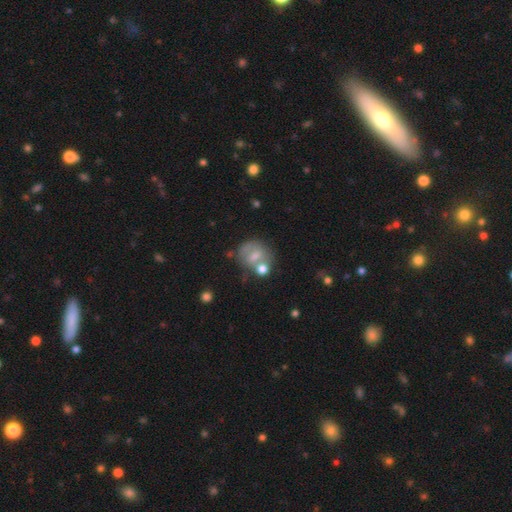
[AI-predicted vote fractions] Smooth or featured?
  - smooth: 59% *
  - featured or disk: 31%
  - star or artifact: 10%
How rounded?
  - round: 68% *
  - in between: 31%
  - cigar-shaped: 1%
Merging?
  - none: 42% *
  - merger: 30%
  - minor disturbance: 18%
  - major disturbance: 10%